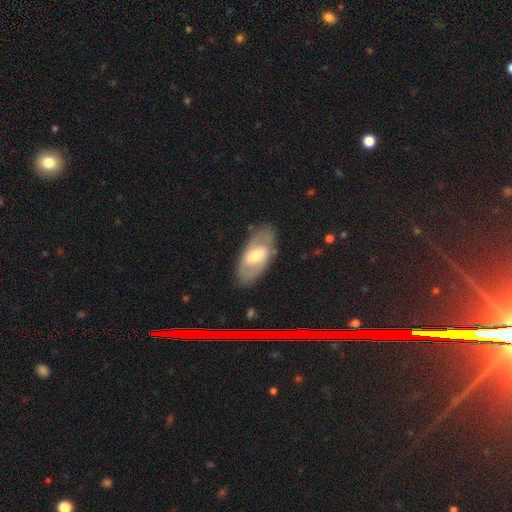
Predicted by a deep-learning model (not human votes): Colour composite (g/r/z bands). It shows a featured or disk galaxy (60%) with a weak bar (44%), spiral arms (56%) and a moderate central bulge (56%). Merging: none (80%).